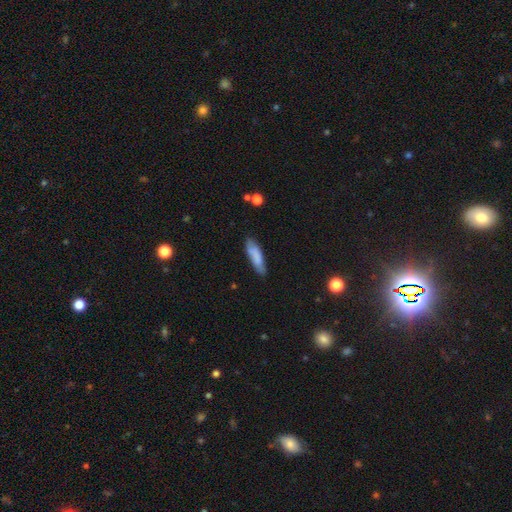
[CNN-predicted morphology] Smooth or featured? Predicted: smooth (p=0.79). How rounded? Predicted: cigar-shaped (p=0.60). Merging? Predicted: none (p=0.75).